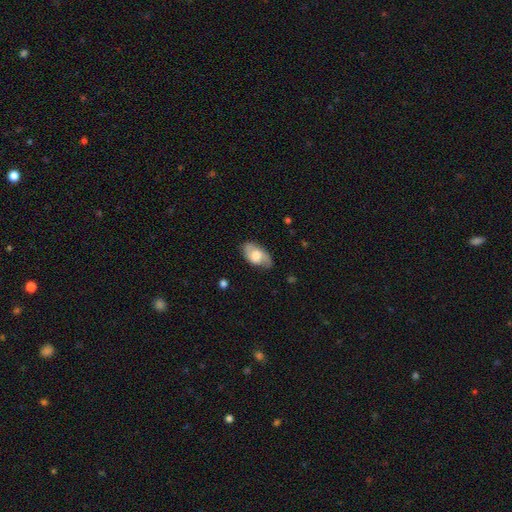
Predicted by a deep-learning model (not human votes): This is possibly a smooth galaxy (48%). Merging: likely none (68%).